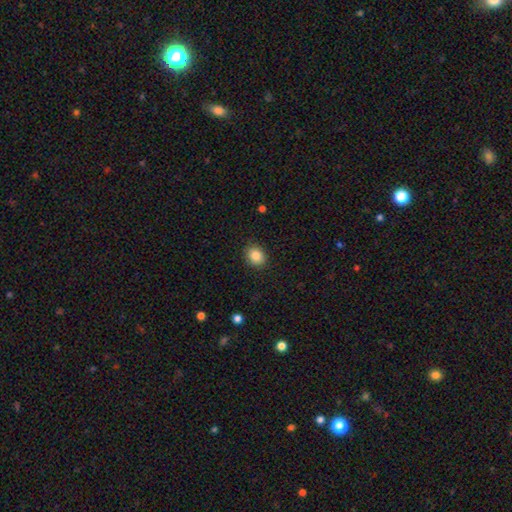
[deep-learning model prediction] smooth-or-featured: smooth: 86% | star or artifact: 9% | featured or disk: 5%
  how-rounded: round: 63% | in between: 37% | cigar-shaped: 1%
  merging: none: 89% | minor disturbance: 8% | major disturbance: 2% | merger: 1%